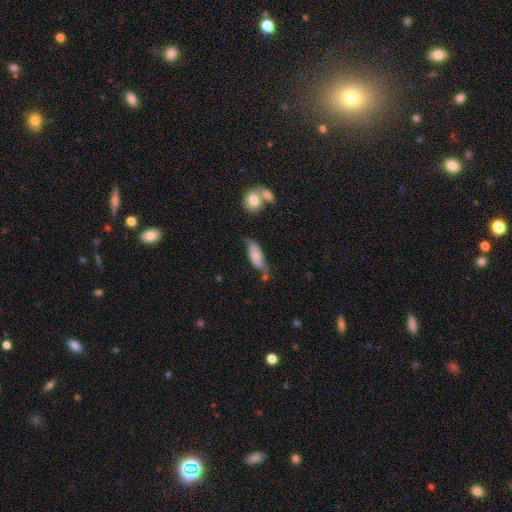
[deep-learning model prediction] Smooth or featured? smooth (69%)
How rounded? in between (65%)
Merging? none (43%)